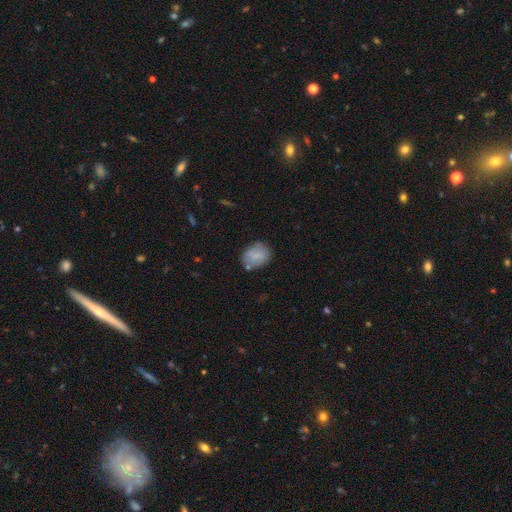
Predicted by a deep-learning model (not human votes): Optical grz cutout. It shows a smooth galaxy with no disk features (77%) that is in between round and cigar-shaped (55%). Merging: none (73%).